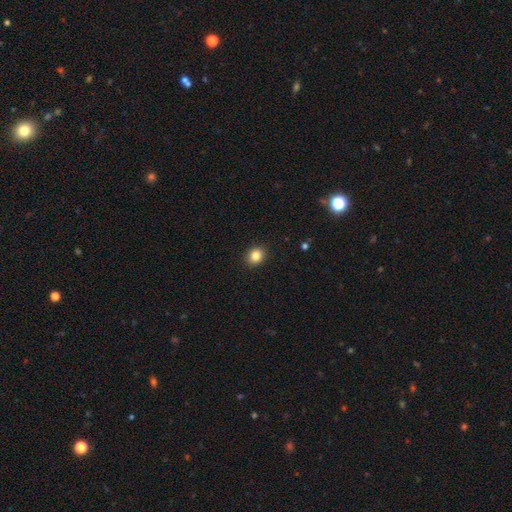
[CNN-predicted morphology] type=smooth (84%); roundness=round (70%); merging=none (91%).